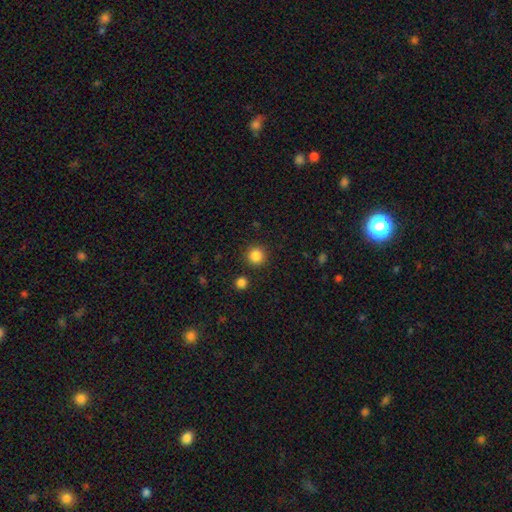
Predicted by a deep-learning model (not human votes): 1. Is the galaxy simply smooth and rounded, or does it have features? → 86% smooth, 11% star or artifact, 4% featured or disk.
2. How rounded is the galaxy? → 95% round, 4% in between, 1% cigar-shaped.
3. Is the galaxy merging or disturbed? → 90% none, 5% minor disturbance, 2% merger, 2% major disturbance.